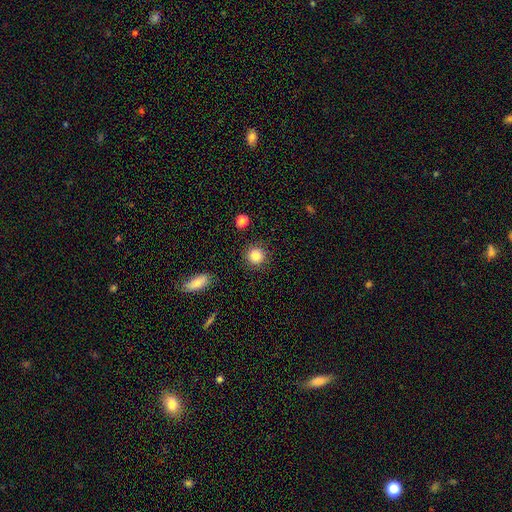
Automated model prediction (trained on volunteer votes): Morphology: type=smooth (84%); roundness=round (92%); merging=none (89%).